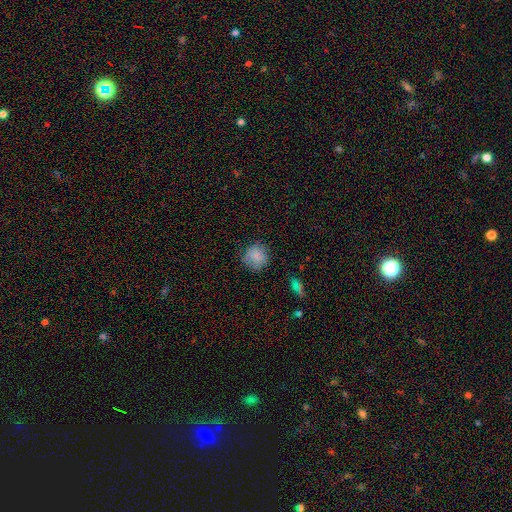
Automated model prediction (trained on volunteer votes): Morphology: type=smooth (84%); roundness=round (89%); merging=none (77%).